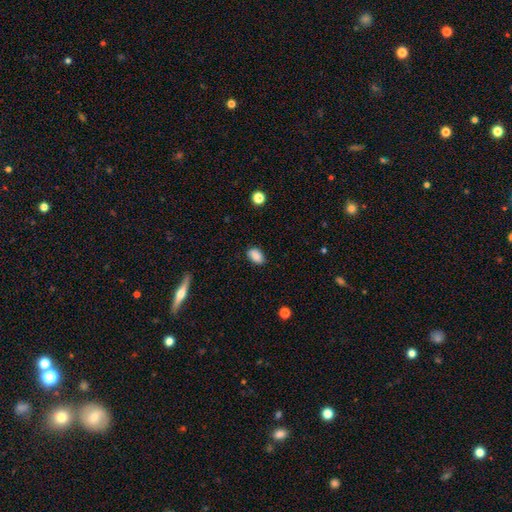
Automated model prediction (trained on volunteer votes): This appears to be a smooth galaxy with no disk features (88%) that is in between round and cigar-shaped (89%). Merging: none (85%).